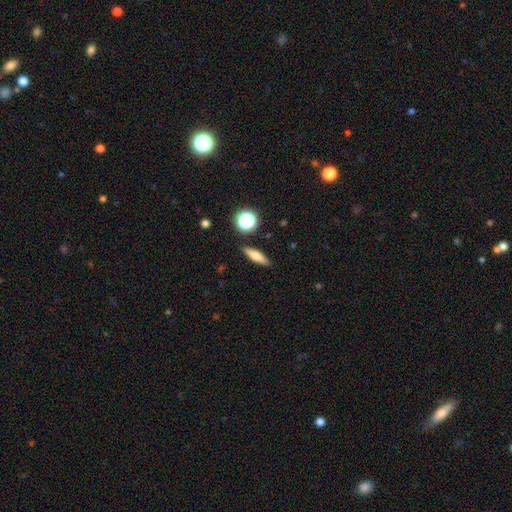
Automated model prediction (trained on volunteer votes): smooth_or_featured: smooth (p=0.67) [alt: featured or disk p=0.23]
how_rounded: cigar-shaped (p=0.63) [alt: in between p=0.29]
merging: none (p=0.88) [alt: minor disturbance p=0.08]